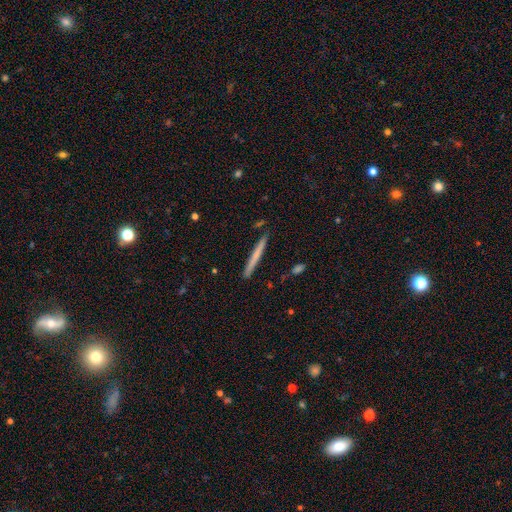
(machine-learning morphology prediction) Q: Smooth or featured?
A: smooth (54%); runner-up: featured or disk (40%)
Q: How rounded?
A: cigar-shaped (97%); runner-up: in between (2%)
Q: Merging?
A: none (90%); runner-up: minor disturbance (7%)